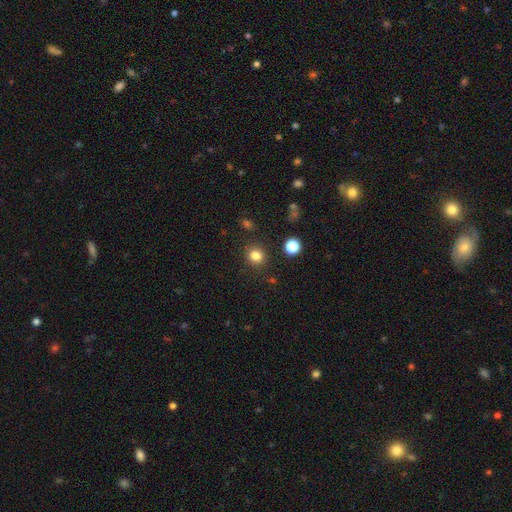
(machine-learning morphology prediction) smooth_or_featured: smooth (p=0.82) [alt: star or artifact p=0.13]
how_rounded: round (p=0.87) [alt: in between p=0.12]
merging: none (p=0.88) [alt: minor disturbance p=0.07]